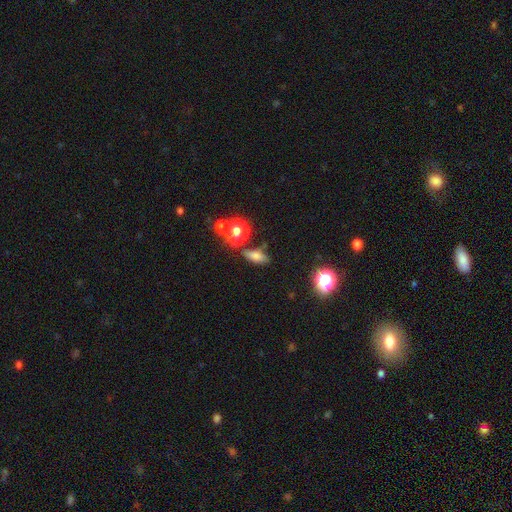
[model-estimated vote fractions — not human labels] Morphology: type=smooth (68%); roundness=in between (67%); merging=none (72%).